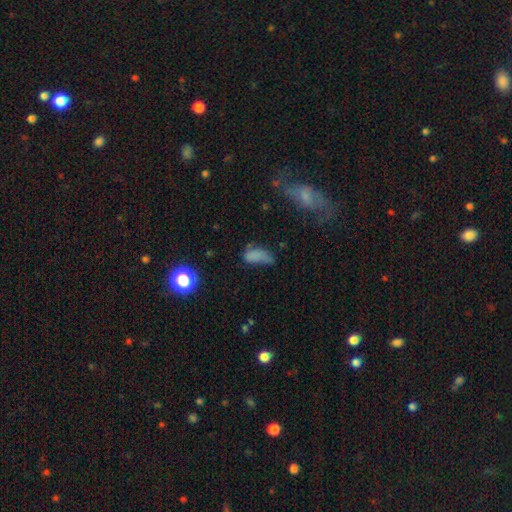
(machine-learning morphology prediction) Smooth or featured? Predicted: smooth (p=0.68). How rounded? Predicted: in between (p=0.85). Merging? Predicted: minor disturbance (p=0.32).